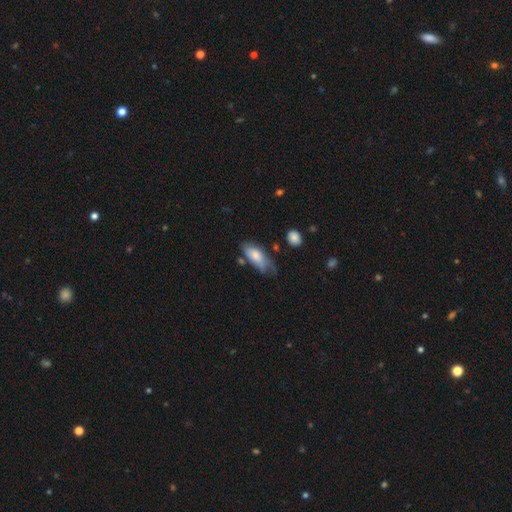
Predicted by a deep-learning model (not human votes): Smooth or featured? smooth (70%)
How rounded? in between (84%)
Merging? none (43%)